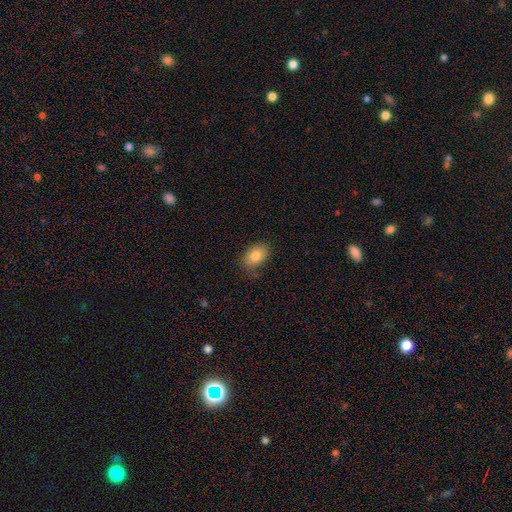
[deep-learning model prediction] smooth_or_featured: smooth (p=0.81) [alt: featured or disk p=0.11]
how_rounded: in between (p=0.84) [alt: round p=0.15]
merging: none (p=0.74) [alt: minor disturbance p=0.20]